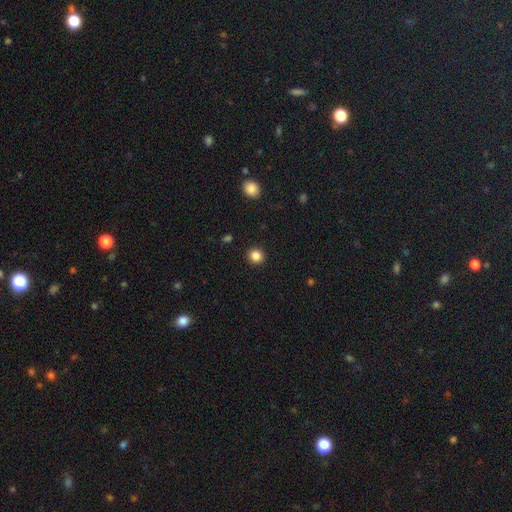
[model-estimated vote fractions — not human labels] A smooth galaxy with no disk features (85%) that is round (90%).

Vote fractions:
- Smooth or featured? smooth: 85% / star or artifact: 11% / featured or disk: 4%
- How rounded? round: 90% / in between: 9% / cigar-shaped: 1%
- Merging? none: 93% / minor disturbance: 5% / major disturbance: 2% / merger: 1%